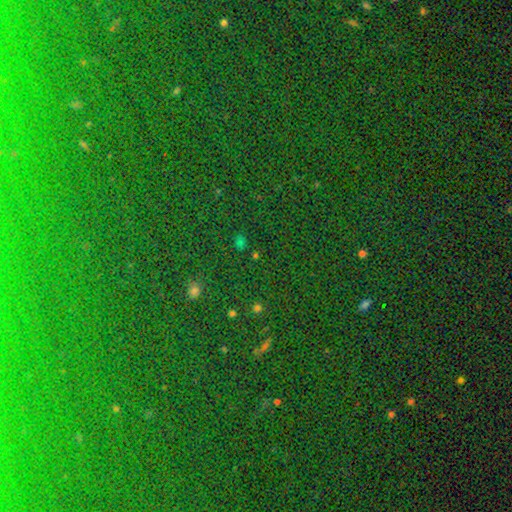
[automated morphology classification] A star or artifact, not a galaxy (72%).

Vote fractions:
- Smooth or featured? star or artifact: 72% / smooth: 20% / featured or disk: 9%